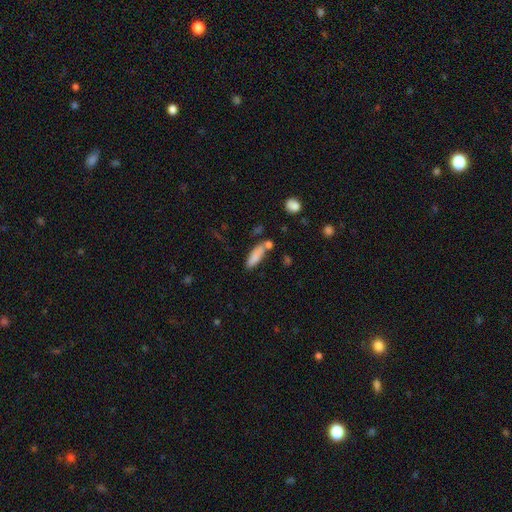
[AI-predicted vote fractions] Smooth or featured?
  - smooth: 81% *
  - featured or disk: 11%
  - star or artifact: 8%
How rounded?
  - in between: 57% *
  - cigar-shaped: 41%
  - round: 2%
Merging?
  - none: 60% *
  - merger: 18%
  - minor disturbance: 17%
  - major disturbance: 5%